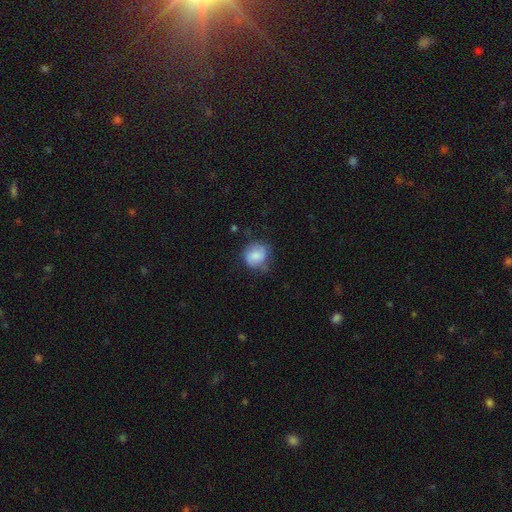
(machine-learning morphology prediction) type=smooth (75%); roundness=round (72%); merging=none (58%).